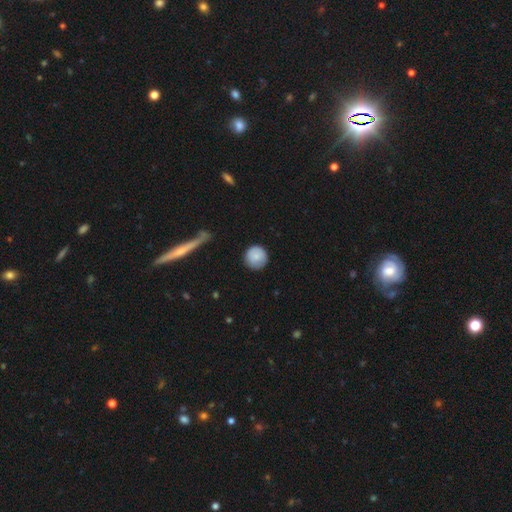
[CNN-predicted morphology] Smooth or featured?
  - smooth: 83% *
  - featured or disk: 10%
  - star or artifact: 7%
How rounded?
  - round: 94% *
  - in between: 5%
  - cigar-shaped: 1%
Merging?
  - none: 85% *
  - minor disturbance: 11%
  - major disturbance: 3%
  - merger: 1%